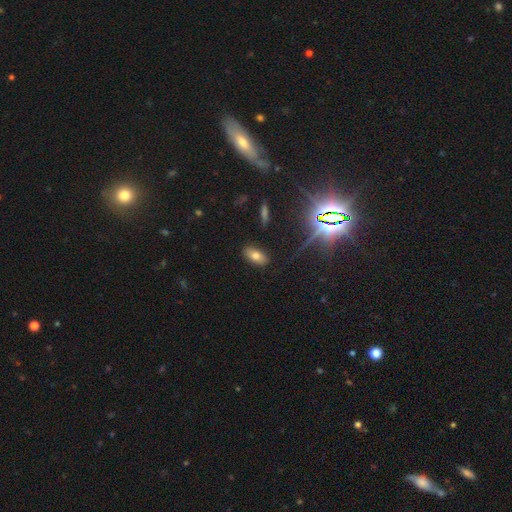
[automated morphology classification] Smooth or featured? smooth (69%)
How rounded? in between (91%)
Merging? none (88%)